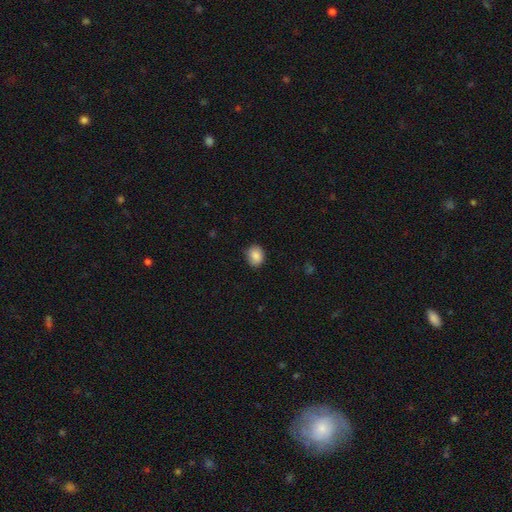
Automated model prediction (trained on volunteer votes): Smooth or featured?
  - smooth: 88% *
  - star or artifact: 8%
  - featured or disk: 4%
How rounded?
  - round: 57% *
  - in between: 42%
  - cigar-shaped: 1%
Merging?
  - none: 82% *
  - minor disturbance: 15%
  - major disturbance: 3%
  - merger: 1%